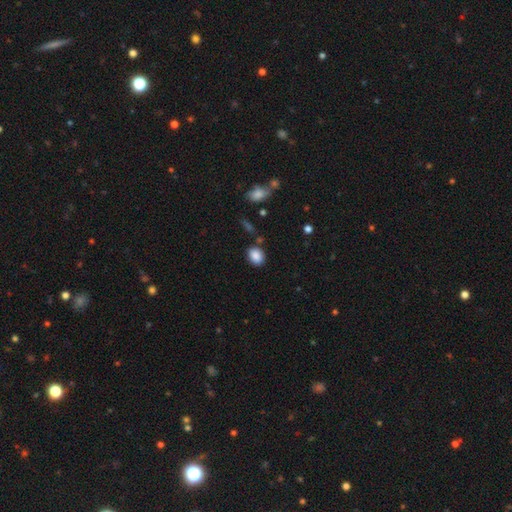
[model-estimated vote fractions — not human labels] Q: Smooth or featured?
A: smooth (87%); runner-up: star or artifact (8%)
Q: How rounded?
A: in between (59%); runner-up: round (40%)
Q: Merging?
A: none (81%); runner-up: minor disturbance (12%)